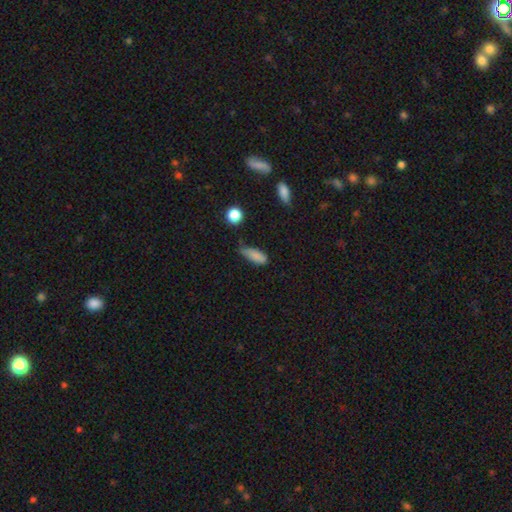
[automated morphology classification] smooth 82%, star or artifact 10%, featured or disk 8%. Down the decision tree: how rounded — in between (69%); merging — none (44%).